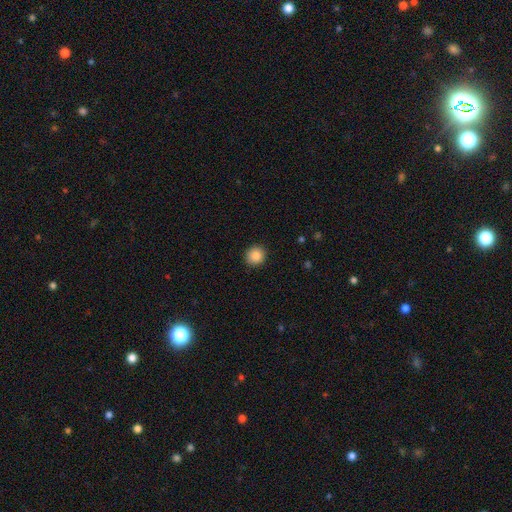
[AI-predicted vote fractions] Smooth or featured? Predicted: smooth (p=0.87). How rounded? Predicted: round (p=0.90). Merging? Predicted: none (p=0.90).